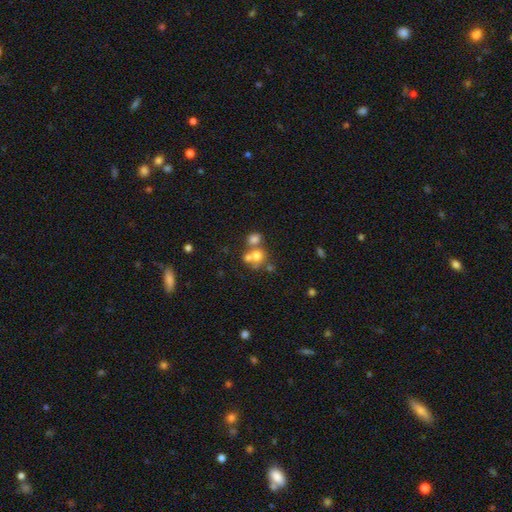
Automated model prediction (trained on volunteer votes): Smooth or featured? smooth (64%)
How rounded? round (78%)
Merging? merger (51%)